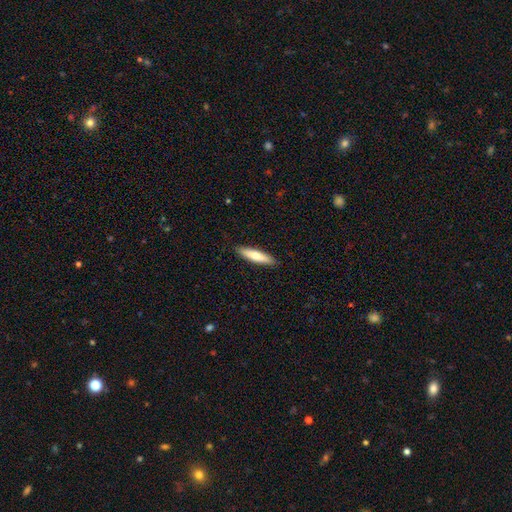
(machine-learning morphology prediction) This appears to be a smooth galaxy with no disk features (64%) that is cigar-shaped (77%). Merging: none (90%).